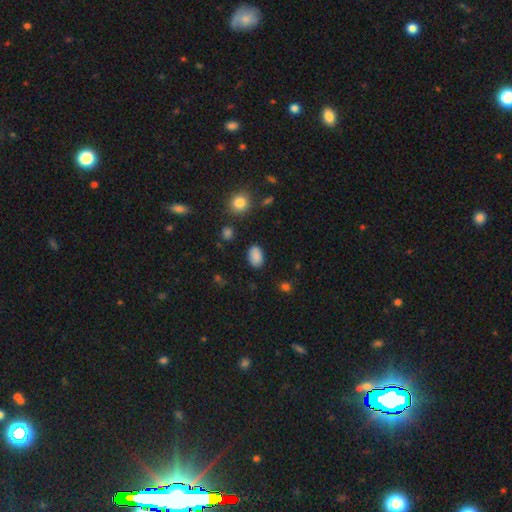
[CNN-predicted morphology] This is clearly a smooth galaxy (87%). How rounded: clearly in between (89%). Merging: clearly none (84%).